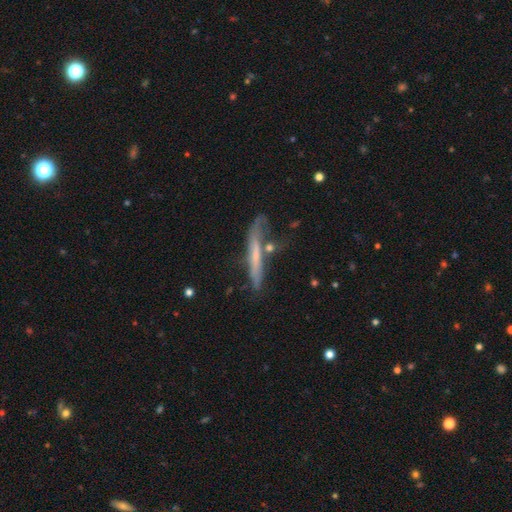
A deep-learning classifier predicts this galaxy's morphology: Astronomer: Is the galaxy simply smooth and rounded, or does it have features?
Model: featured or disk — 52% (runner-up: smooth, 40%).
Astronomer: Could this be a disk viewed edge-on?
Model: yes — 85%.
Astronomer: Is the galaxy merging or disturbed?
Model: none — 55%.